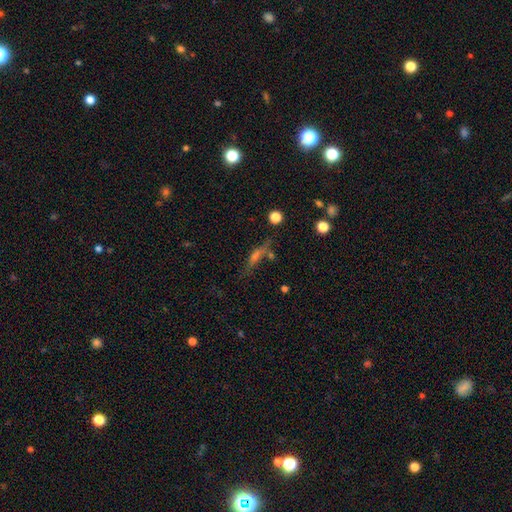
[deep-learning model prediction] This appears to be a featured or disk galaxy (40%). Merging: none (58%).